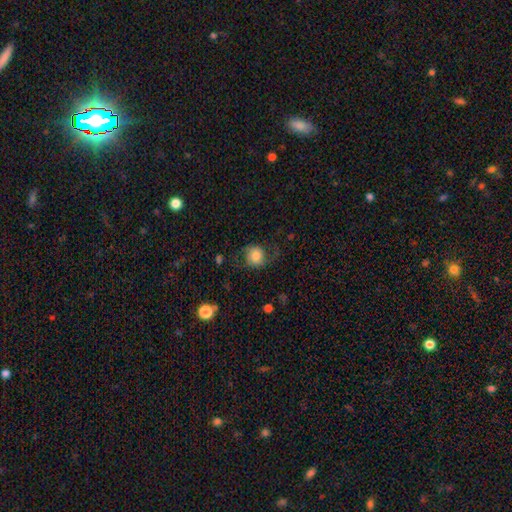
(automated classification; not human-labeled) Smooth or featured?
  - smooth: 66% *
  - featured or disk: 25%
  - star or artifact: 9%
How rounded?
  - round: 81% *
  - in between: 18%
  - cigar-shaped: 1%
Merging?
  - none: 61% *
  - minor disturbance: 20%
  - major disturbance: 17%
  - merger: 2%